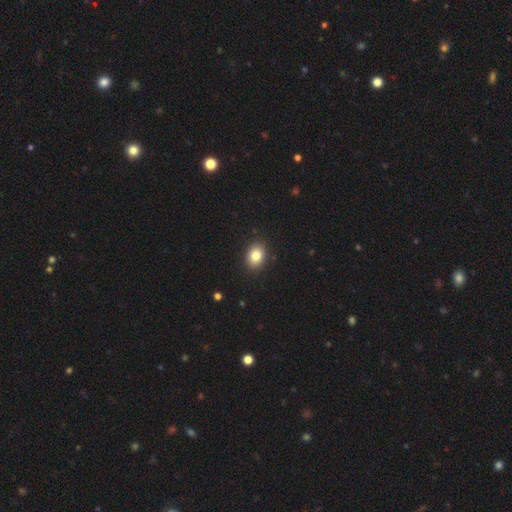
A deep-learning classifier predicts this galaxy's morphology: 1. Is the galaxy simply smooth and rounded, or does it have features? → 83% smooth, 9% star or artifact, 7% featured or disk.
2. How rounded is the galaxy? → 64% in between, 35% round, 1% cigar-shaped.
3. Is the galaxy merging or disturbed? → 90% none, 7% minor disturbance, 2% major disturbance, 1% merger.